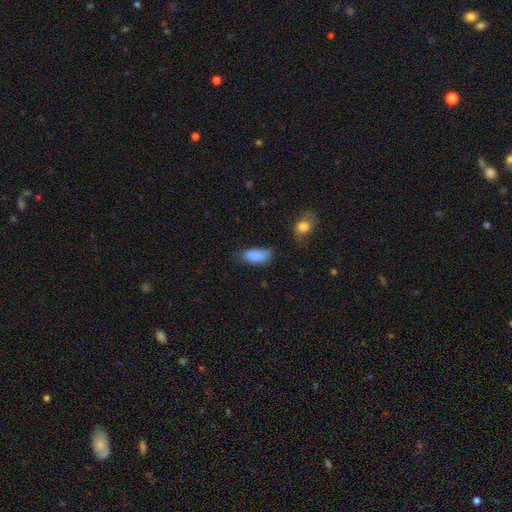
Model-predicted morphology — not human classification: This appears to be a smooth galaxy with no disk features (83%) that is in between round and cigar-shaped (89%). Merging: none (50%).